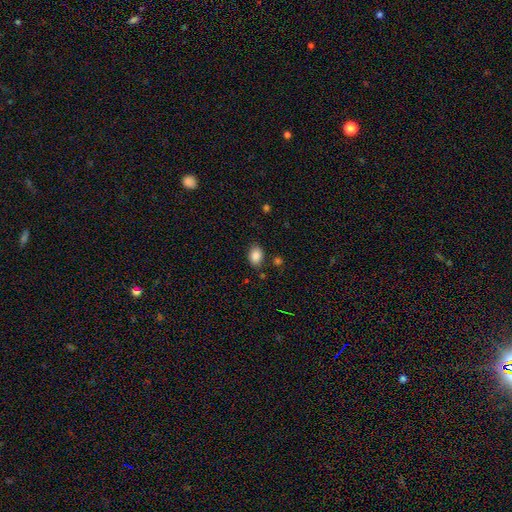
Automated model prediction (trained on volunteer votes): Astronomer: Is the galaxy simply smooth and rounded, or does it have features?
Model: smooth — 86%.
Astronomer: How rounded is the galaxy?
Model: in between — 75%.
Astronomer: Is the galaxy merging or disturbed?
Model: none — 82%.